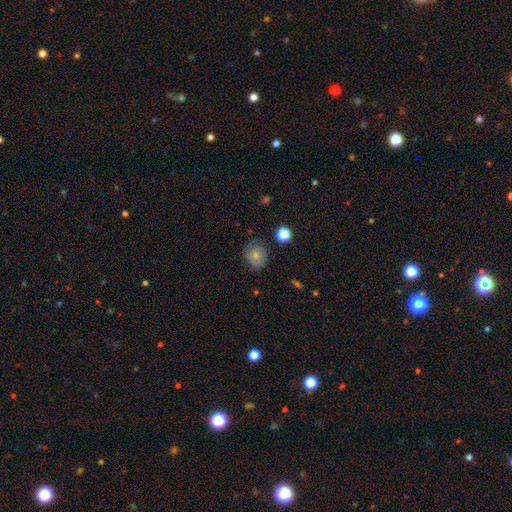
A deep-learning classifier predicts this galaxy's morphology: Smooth or featured? Predicted: smooth (p=0.78). How rounded? Predicted: round (p=0.74). Merging? Predicted: none (p=0.78).